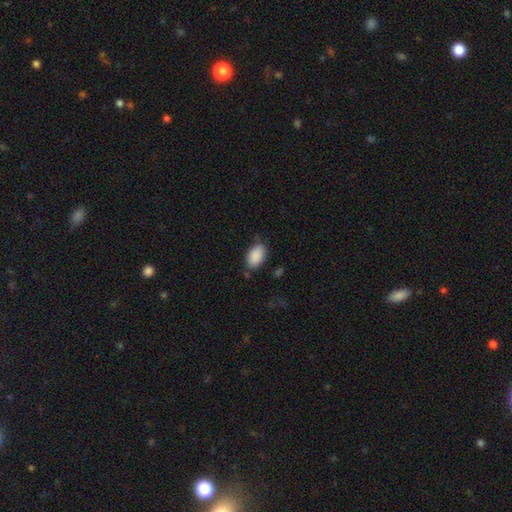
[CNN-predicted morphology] type=smooth (90%); roundness=in between (92%); merging=none (76%).